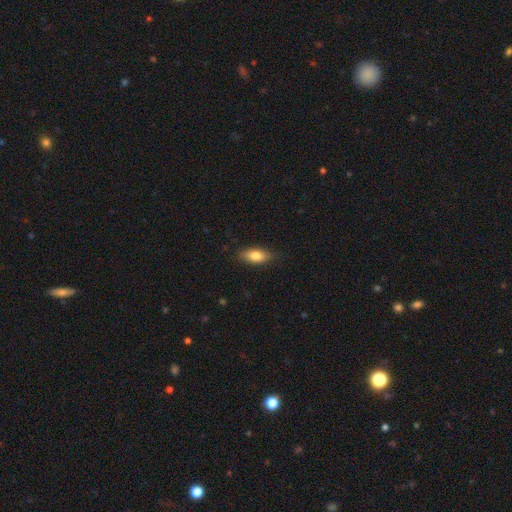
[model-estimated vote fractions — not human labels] Q: Smooth or featured?
A: smooth (81%); runner-up: featured or disk (12%)
Q: How rounded?
A: in between (83%); runner-up: cigar-shaped (14%)
Q: Merging?
A: none (83%); runner-up: minor disturbance (14%)